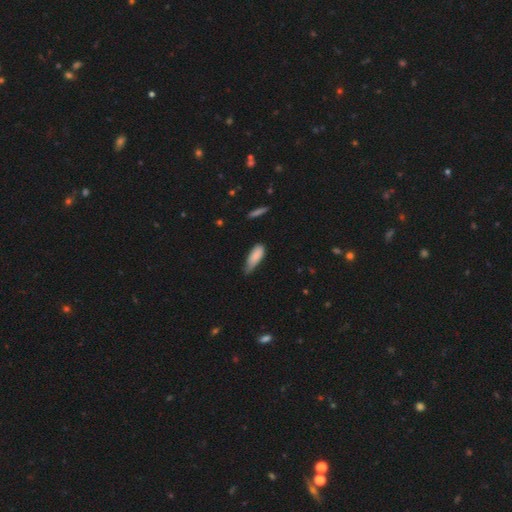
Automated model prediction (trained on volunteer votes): Q: Smooth or featured?
A: smooth (84%); runner-up: featured or disk (10%)
Q: How rounded?
A: in between (63%); runner-up: cigar-shaped (35%)
Q: Merging?
A: minor disturbance (50%); runner-up: none (37%)